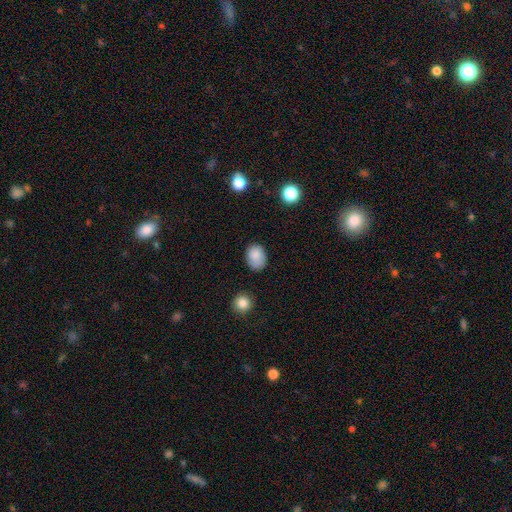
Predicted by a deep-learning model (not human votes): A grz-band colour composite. It shows a smooth galaxy with no disk features (86%) that is in between round and cigar-shaped (66%). Merging: none (71%).